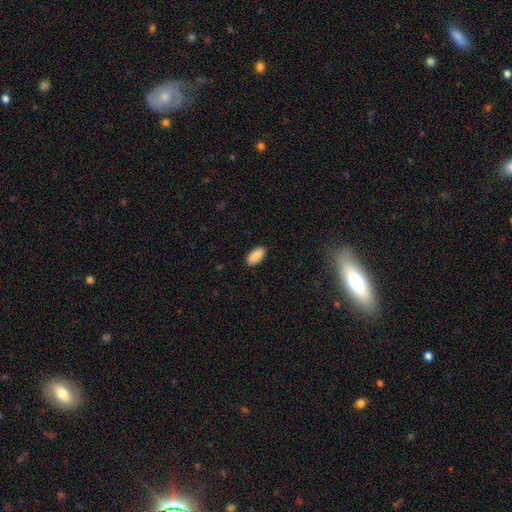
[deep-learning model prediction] A smooth galaxy with no disk features (89%) that is in between round and cigar-shaped (93%). Merging: none (90%).